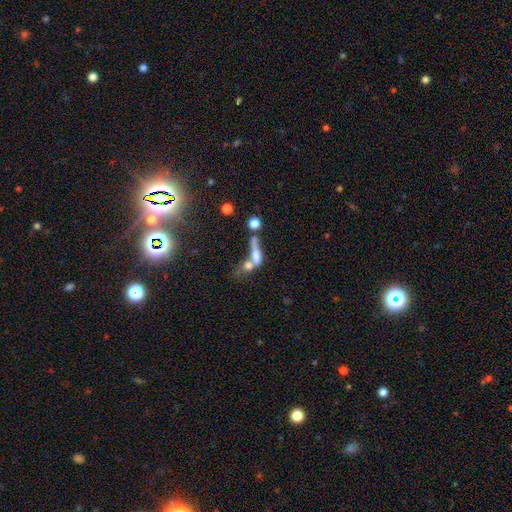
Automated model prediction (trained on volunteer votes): Morphology: type=smooth (54%); roundness=cigar-shaped (52%); merging=merger (53%).